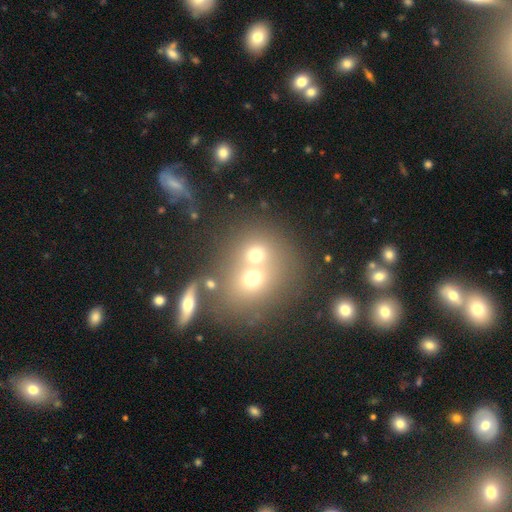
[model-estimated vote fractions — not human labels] Q: Smooth or featured?
A: smooth (65%); runner-up: featured or disk (18%)
Q: How rounded?
A: round (76%); runner-up: in between (23%)
Q: Merging?
A: merger (59%); runner-up: none (31%)